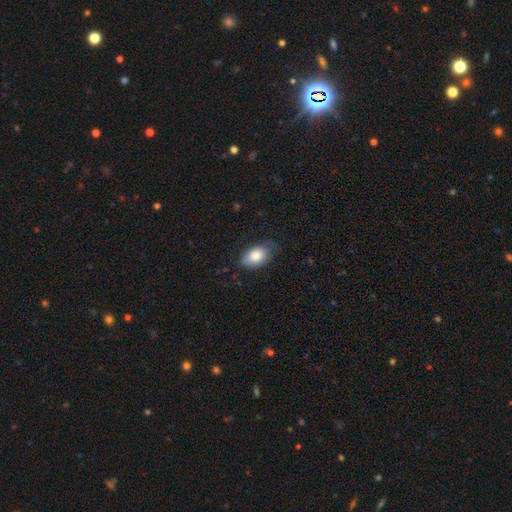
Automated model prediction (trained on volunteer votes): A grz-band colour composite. It shows a smooth galaxy with no disk features (80%) that is in between round and cigar-shaped (91%). Merging: none (63%).